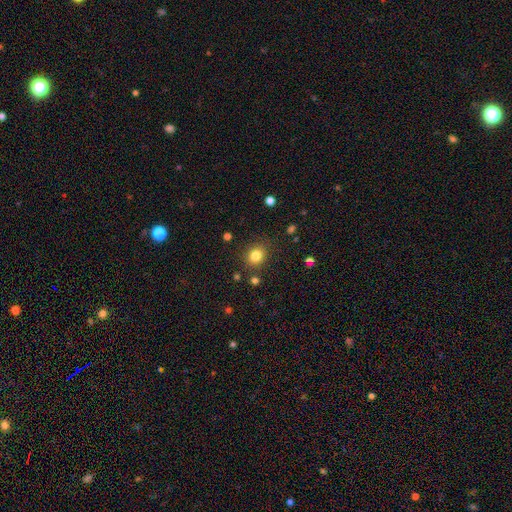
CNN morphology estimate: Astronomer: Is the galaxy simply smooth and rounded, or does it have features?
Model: smooth — 82%.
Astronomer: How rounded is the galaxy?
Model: round — 68%.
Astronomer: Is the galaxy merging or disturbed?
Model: none — 84%.